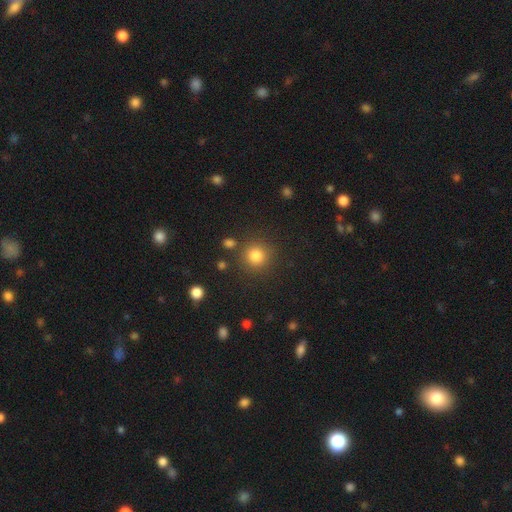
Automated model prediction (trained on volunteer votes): Q: Smooth or featured?
A: smooth (82%); runner-up: star or artifact (13%)
Q: How rounded?
A: round (93%); runner-up: in between (6%)
Q: Merging?
A: none (85%); runner-up: minor disturbance (7%)